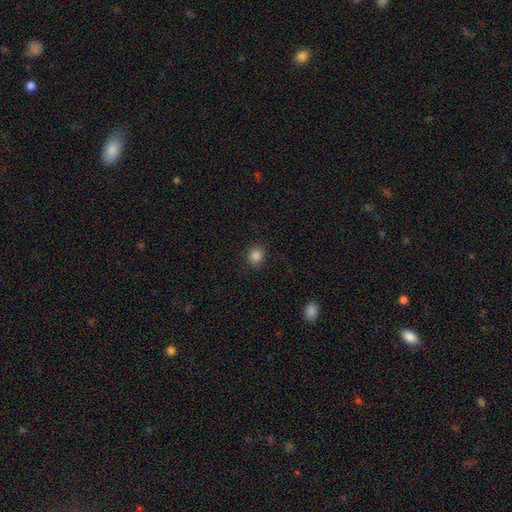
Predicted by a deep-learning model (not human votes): Smooth or featured: smooth — 85% (star or artifact — 12%)
How rounded: round — 87% (in between — 12%)
Merging: none — 89% (minor disturbance — 7%)